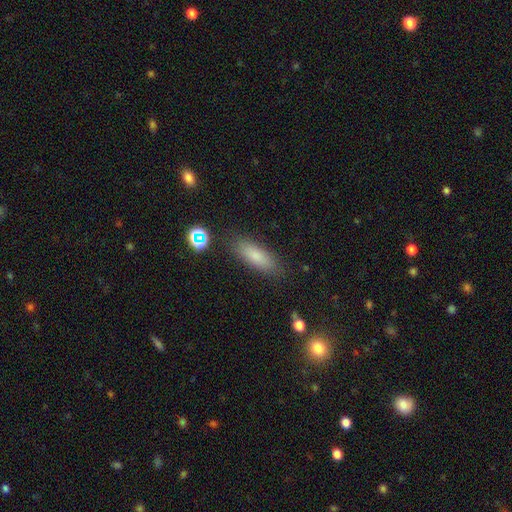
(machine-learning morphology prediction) smooth_or_featured: smooth (p=0.80) [alt: featured or disk p=0.10]
how_rounded: in between (p=0.57) [alt: cigar-shaped p=0.40]
merging: none (p=0.84) [alt: minor disturbance p=0.10]